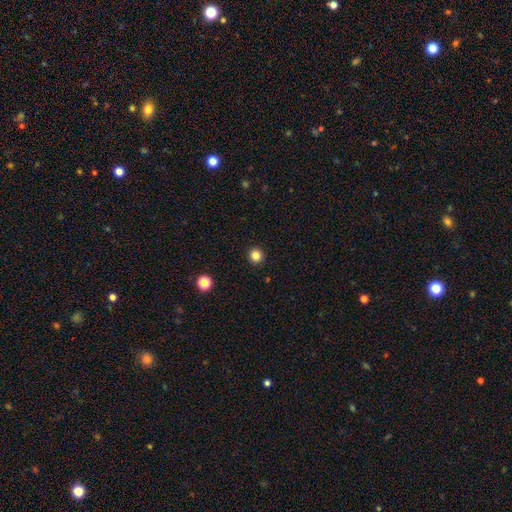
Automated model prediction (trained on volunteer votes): Smooth or featured? Predicted: smooth (p=0.83). How rounded? Predicted: round (p=0.92). Merging? Predicted: none (p=0.93).